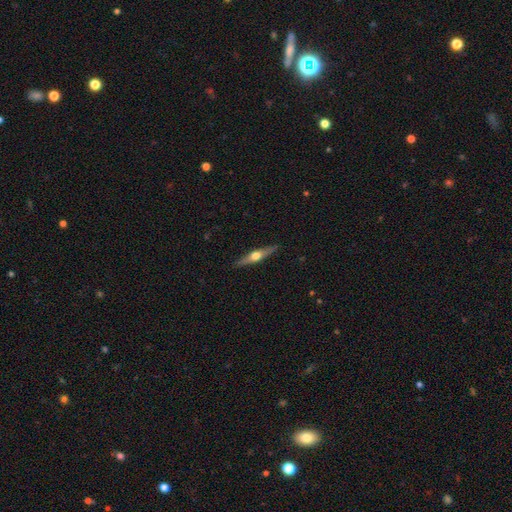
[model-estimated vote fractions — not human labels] Smooth or featured? Predicted: featured or disk (p=0.68). Edge-on disk? Predicted: yes (p=0.97). Edge-on bulge? Predicted: rounded (p=0.95). Merging? Predicted: none (p=0.91).